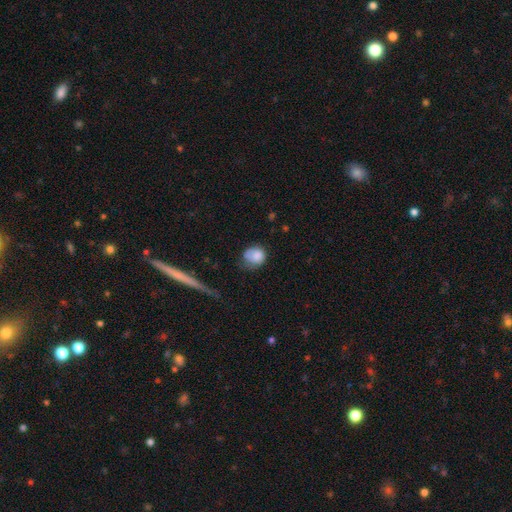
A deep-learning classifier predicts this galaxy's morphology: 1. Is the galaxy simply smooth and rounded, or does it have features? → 77% smooth, 15% featured or disk, 8% star or artifact.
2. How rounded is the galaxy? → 69% round, 29% in between, 1% cigar-shaped.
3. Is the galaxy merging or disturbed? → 44% none, 32% minor disturbance, 18% major disturbance, 6% merger.